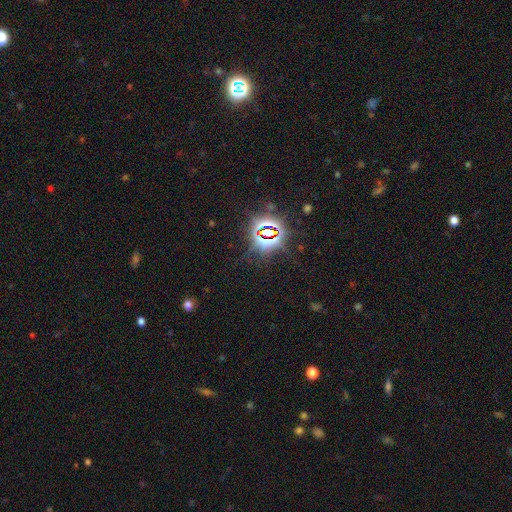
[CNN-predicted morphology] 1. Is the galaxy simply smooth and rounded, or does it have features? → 82% star or artifact, 11% smooth, 7% featured or disk.